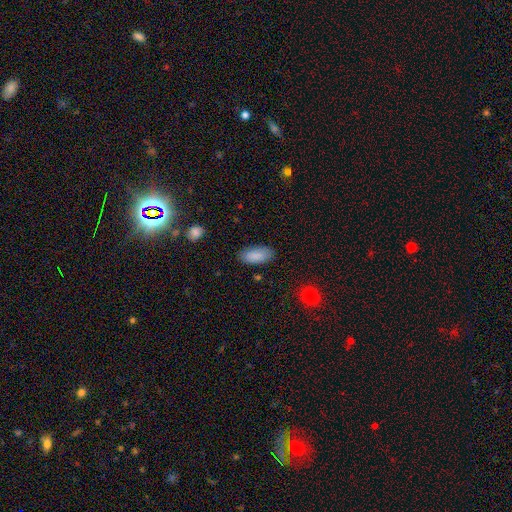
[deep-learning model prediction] Smooth or featured: smooth — 89% (star or artifact — 6%)
How rounded: in between — 88% (cigar-shaped — 10%)
Merging: none — 86% (minor disturbance — 10%)